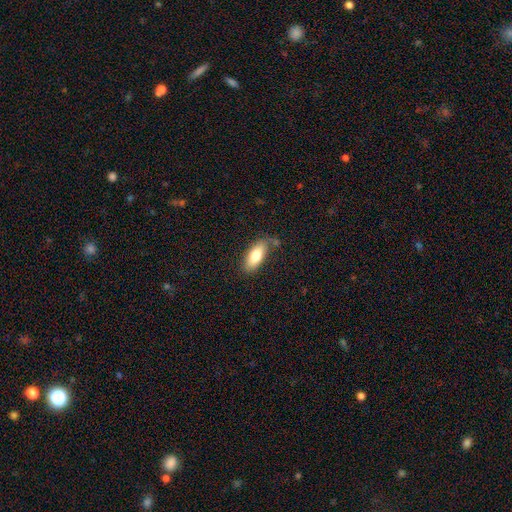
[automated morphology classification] Overall: smooth (78%). How rounded: in between (80%). Merging: none (73%).